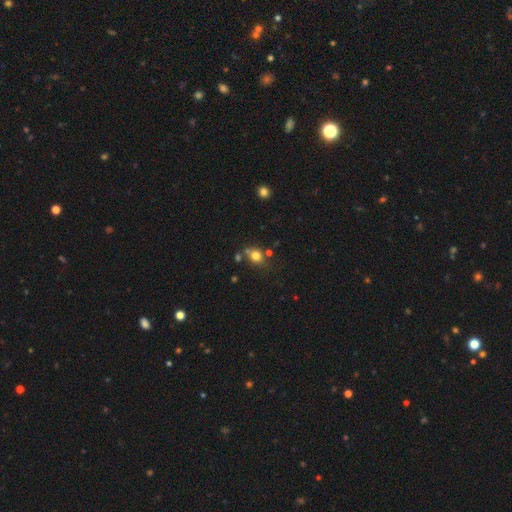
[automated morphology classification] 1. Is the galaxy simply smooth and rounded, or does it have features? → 78% smooth, 13% star or artifact, 8% featured or disk.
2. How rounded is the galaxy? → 64% round, 35% in between, 1% cigar-shaped.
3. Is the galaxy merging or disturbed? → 62% none, 16% merger, 16% minor disturbance, 6% major disturbance.